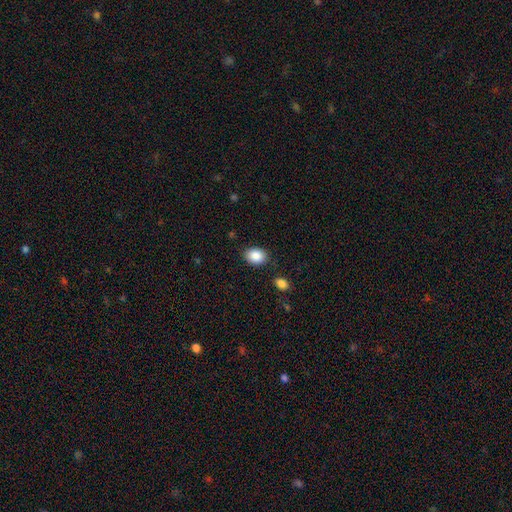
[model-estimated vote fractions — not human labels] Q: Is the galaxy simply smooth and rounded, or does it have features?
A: smooth — 89%.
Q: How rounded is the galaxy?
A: in between — 68%.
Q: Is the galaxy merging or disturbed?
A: none — 84%.